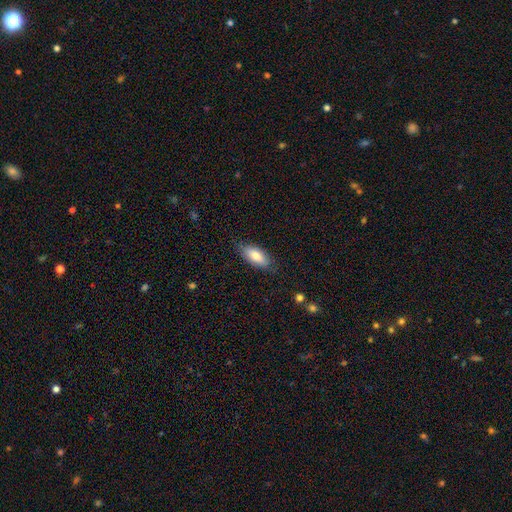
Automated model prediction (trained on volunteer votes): Smooth or featured? smooth (80%)
How rounded? in between (84%)
Merging? none (81%)